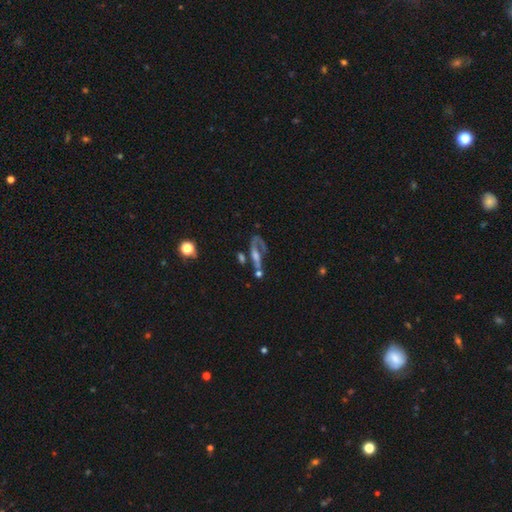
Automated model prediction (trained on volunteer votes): This is likely a featured or disk galaxy (66%). It is likely not viewed edge-on (75%). Merging: marginally none (33%).